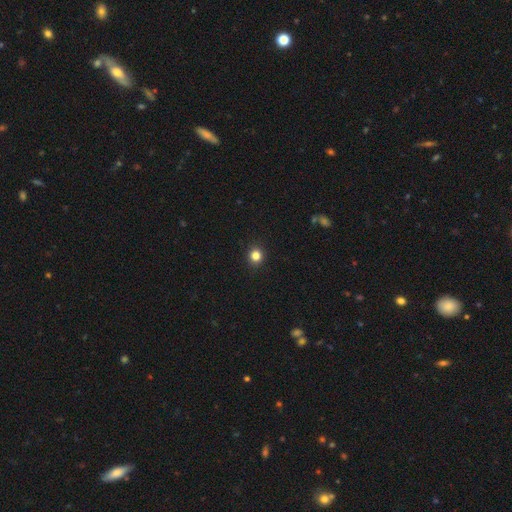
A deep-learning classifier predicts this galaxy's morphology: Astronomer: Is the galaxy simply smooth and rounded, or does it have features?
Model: smooth — 83%.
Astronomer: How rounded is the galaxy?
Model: round — 91%.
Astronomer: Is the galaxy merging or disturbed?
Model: none — 93%.